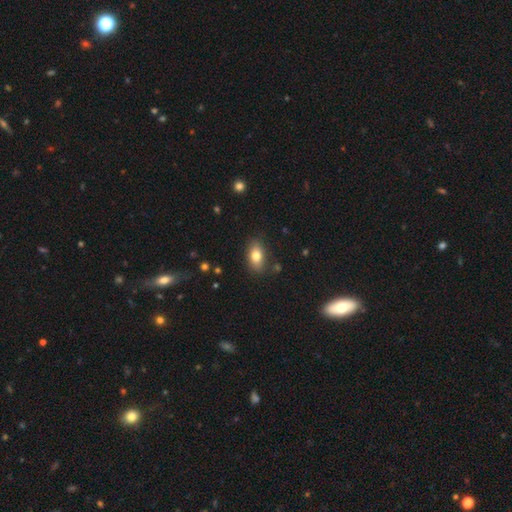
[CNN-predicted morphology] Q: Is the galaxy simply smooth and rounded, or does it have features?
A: smooth — 77%.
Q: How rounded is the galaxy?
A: in between — 85%.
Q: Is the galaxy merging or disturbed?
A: none — 84%.